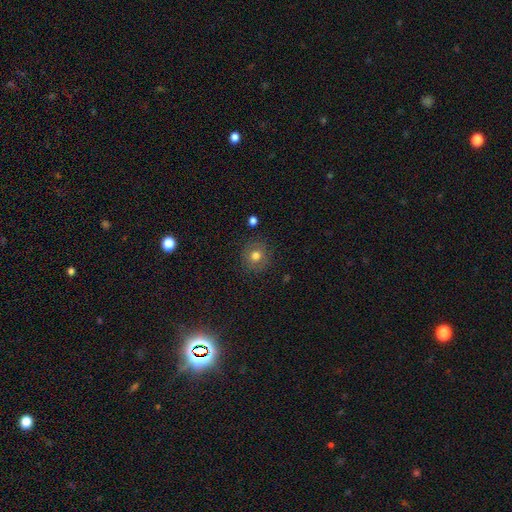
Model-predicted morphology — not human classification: A smooth galaxy with no disk features (74%) that is round (89%). Merging: none (86%).